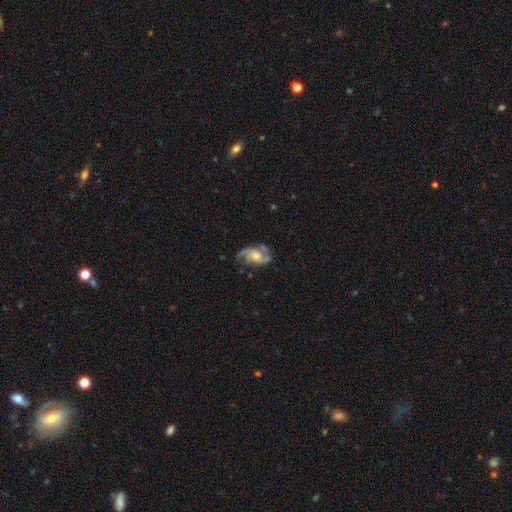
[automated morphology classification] A featured or disk galaxy (83%) with no bar (66%), 2 (54%) medium (50%) spiral arms (96%) and a small central bulge (43%). Merging: none (63%).